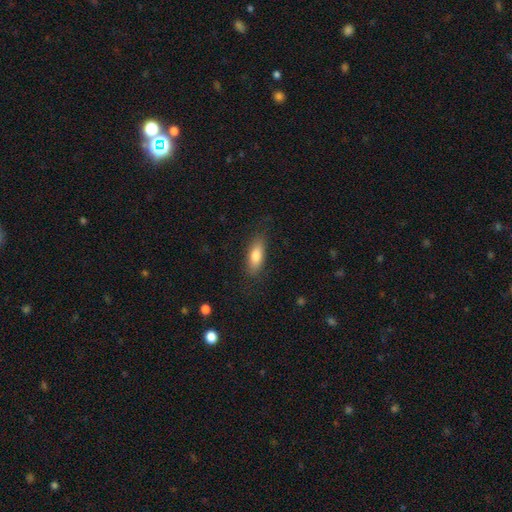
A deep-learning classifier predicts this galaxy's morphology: The model was most divided on "how rounded": in between: 75%, cigar-shaped: 23%, round: 3%. More confident: merging — none (81%); smooth or featured — smooth (80%).